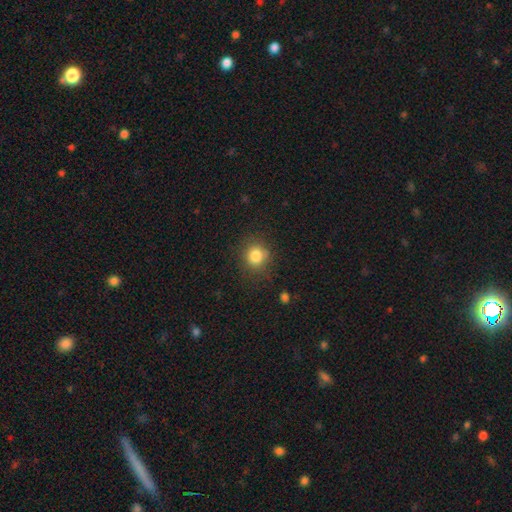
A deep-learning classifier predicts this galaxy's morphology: A smooth galaxy with no disk features (83%) that is round (84%).

Vote fractions:
- Smooth or featured? smooth: 83% / star or artifact: 11% / featured or disk: 6%
- How rounded? round: 84% / in between: 15% / cigar-shaped: 1%
- Merging? none: 79% / minor disturbance: 14% / major disturbance: 5% / merger: 2%